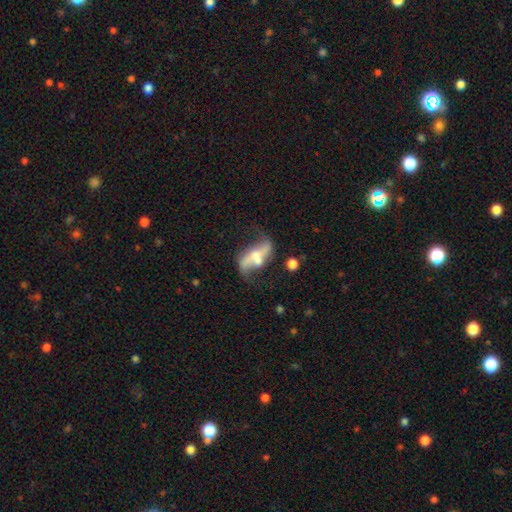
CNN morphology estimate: Smooth or featured?
  - featured or disk: 80% *
  - smooth: 13%
  - star or artifact: 7%
Edge-on disk?
  - no: 93% *
  - yes: 7%
Bar?
  - weak: 35% * (tied)
  - no: 35% * (tied)
  - strong: 30%
Spiral arms?
  - yes: 89% *
  - no: 11%
Spiral winding?
  - loose: 84% *
  - medium: 12%
  - tight: 3%
Spiral arm count?
  - 2: 91% *
  - can't tell: 3%
  - 1: 3%
  - 3: 1%
  - 4: 1%
  - more than 4: 1%
Bulge size?
  - moderate: 37% * (tied)
  - small: 37% * (tied)
  - none: 16%
  - large: 7%
  - dominant: 2%
Merging?
  - none: 51% *
  - minor disturbance: 18%
  - major disturbance: 16%
  - merger: 15%